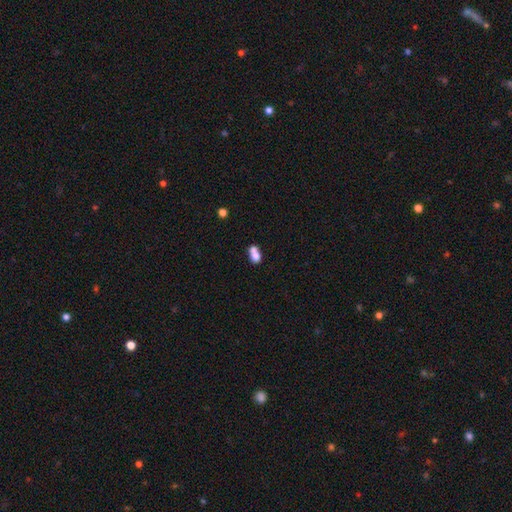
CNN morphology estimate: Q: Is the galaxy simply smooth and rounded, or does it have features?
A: smooth — 74%.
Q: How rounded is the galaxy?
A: in between — 65%.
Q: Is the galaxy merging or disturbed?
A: merger — 63%.